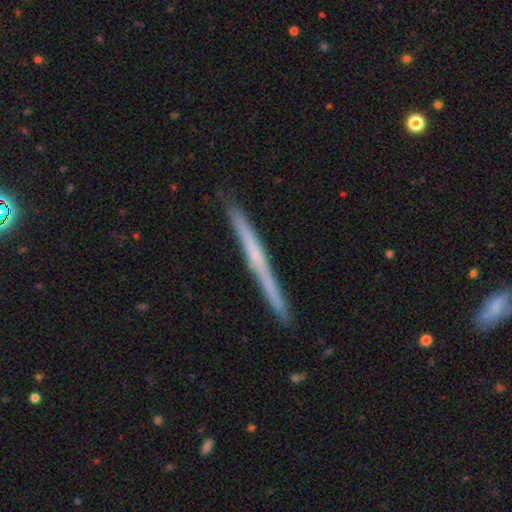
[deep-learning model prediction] smooth-or-featured: featured or disk: 57% | smooth: 37% | star or artifact: 6%
  disk-edge-on: yes: 97% | no: 3%
    edge-on-bulge: none: 83% | rounded: 13% | boxy: 5%
  merging: none: 90% | minor disturbance: 7% | major disturbance: 1% | merger: 1%